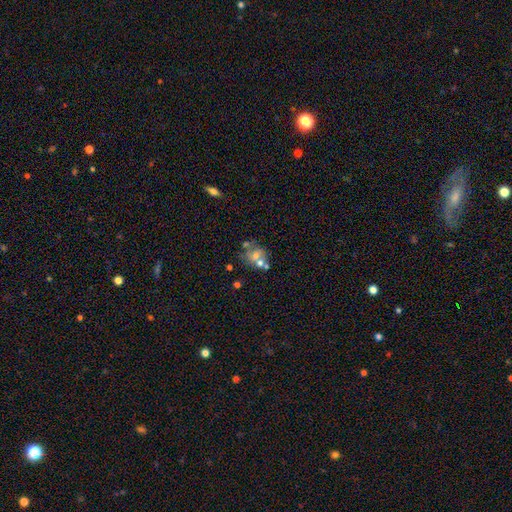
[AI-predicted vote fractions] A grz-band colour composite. It shows a smooth galaxy with no disk features (40%, tied with featured or disk). Merging: none (44%).